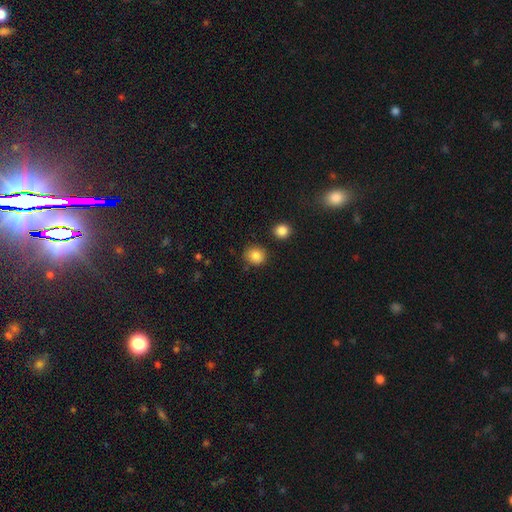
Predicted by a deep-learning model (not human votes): Smooth or featured? Predicted: smooth (p=0.86). How rounded? Predicted: round (p=0.81). Merging? Predicted: none (p=0.80).